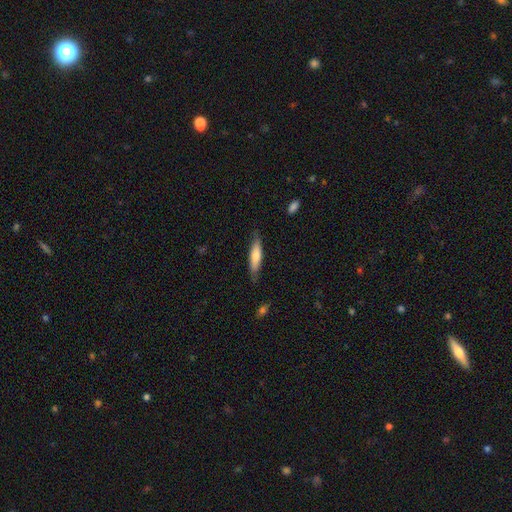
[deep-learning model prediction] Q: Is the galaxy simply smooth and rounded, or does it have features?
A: smooth — 69%.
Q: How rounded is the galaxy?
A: cigar-shaped — 75%.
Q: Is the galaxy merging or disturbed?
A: none — 79%.